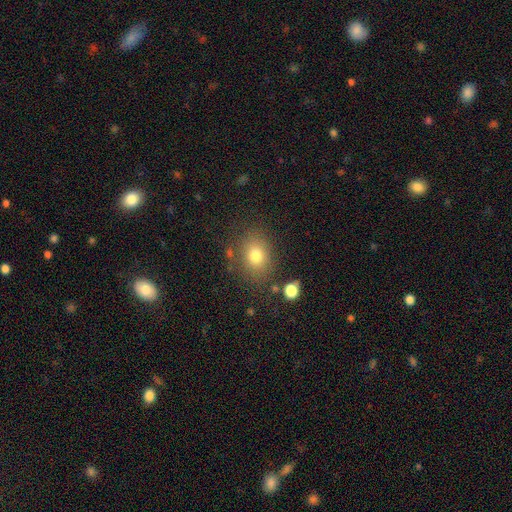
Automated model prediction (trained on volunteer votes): Smooth or featured?
  - smooth: 76% *
  - star or artifact: 13%
  - featured or disk: 10%
How rounded?
  - round: 53% *
  - in between: 46%
  - cigar-shaped: 1%
Merging?
  - none: 79% *
  - minor disturbance: 13%
  - major disturbance: 5%
  - merger: 4%